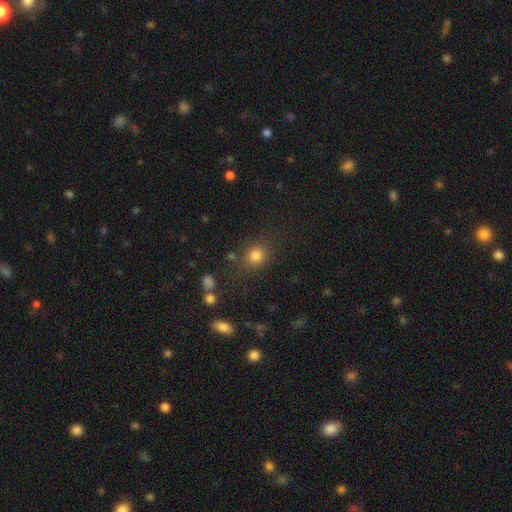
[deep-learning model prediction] The model was most divided on "how rounded": round: 79%, in between: 20%, cigar-shaped: 1%. More confident: smooth or featured — smooth (80%); merging — none (78%).